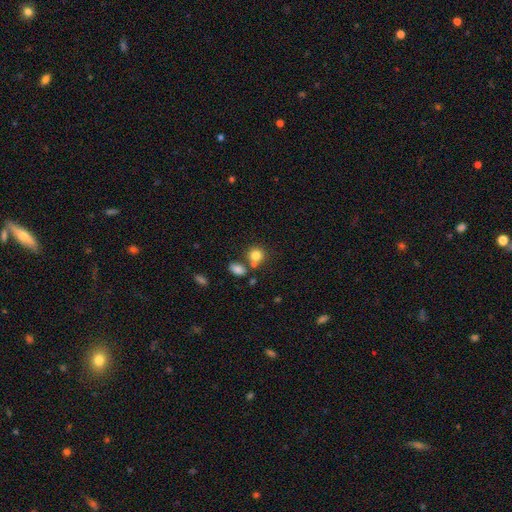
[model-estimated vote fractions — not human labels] This appears to be a smooth galaxy with no disk features (81%) that is round (79%). Merging: none (59%).